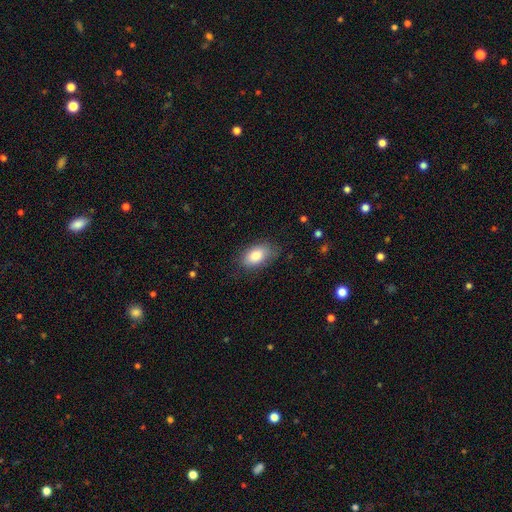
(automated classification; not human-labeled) The model was most divided on "merging": none: 76%, minor disturbance: 18%, major disturbance: 5%, merger: 1%. More confident: how rounded — in between (92%); smooth or featured — smooth (83%).